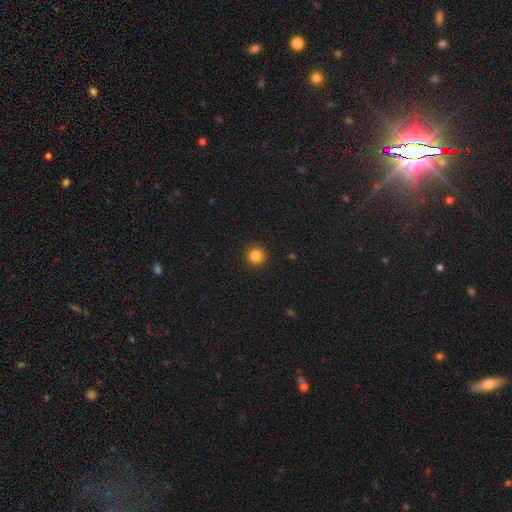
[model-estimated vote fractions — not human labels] smooth_or_featured: smooth (p=0.85) [alt: star or artifact p=0.11]
how_rounded: round (p=0.93) [alt: in between p=0.06]
merging: none (p=0.92) [alt: minor disturbance p=0.05]